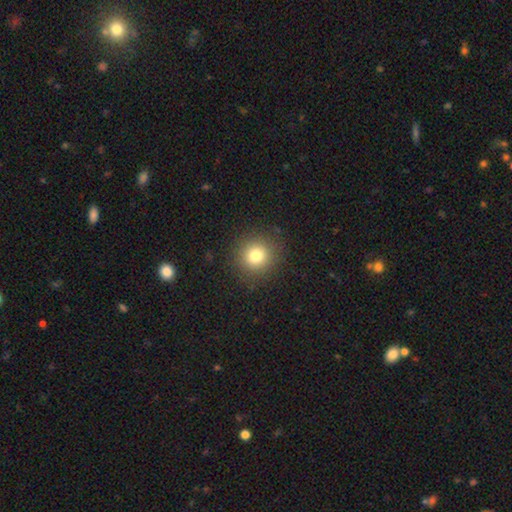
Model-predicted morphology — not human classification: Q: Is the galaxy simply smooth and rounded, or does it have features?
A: smooth — 79%.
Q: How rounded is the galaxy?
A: round — 92%.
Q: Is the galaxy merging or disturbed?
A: none — 89%.